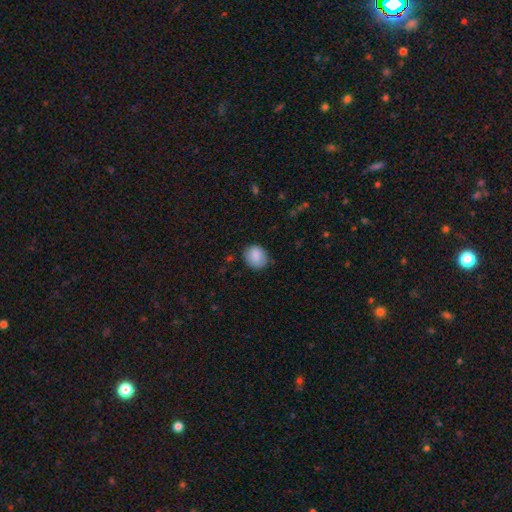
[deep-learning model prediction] smooth 88%, star or artifact 7%, featured or disk 5%. Down the decision tree: how rounded — round (66%); merging — none (79%).